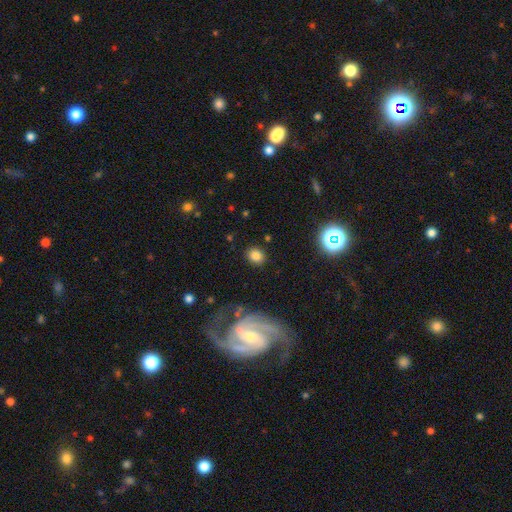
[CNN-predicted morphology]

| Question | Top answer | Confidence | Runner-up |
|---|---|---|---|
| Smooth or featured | smooth | 80% | star or artifact (12%) |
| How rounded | round | 66% | in between (33%) |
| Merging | none | 86% | minor disturbance (9%) |